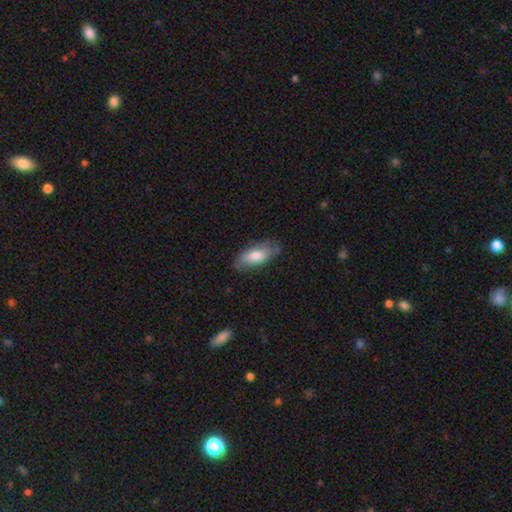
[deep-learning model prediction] This appears to be a smooth galaxy with no disk features (74%) that is in between round and cigar-shaped (80%). Merging: none (73%).